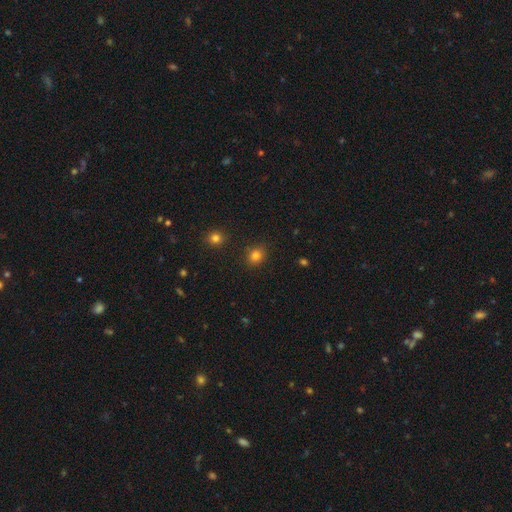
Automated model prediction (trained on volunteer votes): Smooth or featured? smooth (82%)
How rounded? round (74%)
Merging? none (88%)